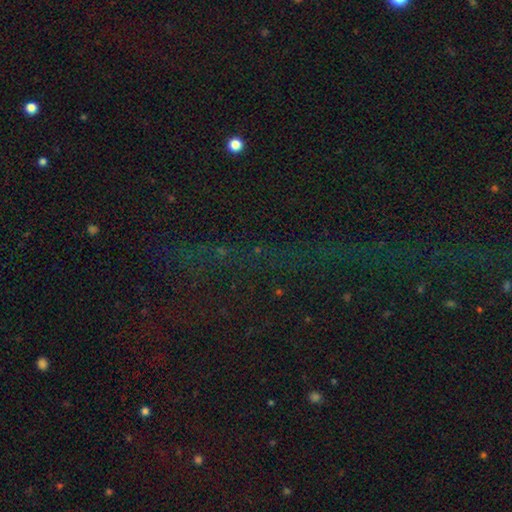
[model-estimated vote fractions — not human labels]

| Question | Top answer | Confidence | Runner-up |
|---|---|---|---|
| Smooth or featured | star or artifact | 73% | featured or disk (14%) |